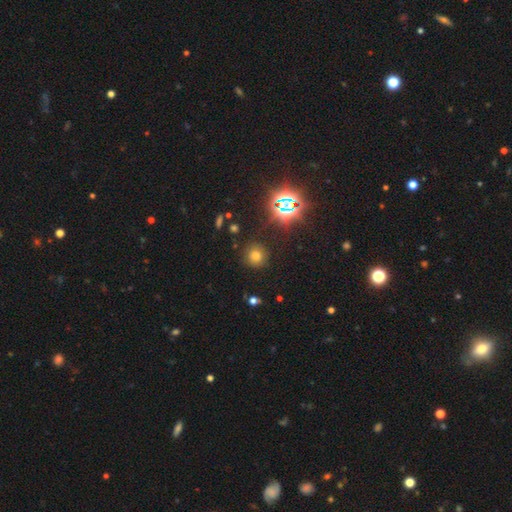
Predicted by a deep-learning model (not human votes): A smooth galaxy with no disk features (67%) that is round (91%).

Vote fractions:
- Smooth or featured? smooth: 67% / star or artifact: 24% / featured or disk: 9%
- How rounded? round: 91% / in between: 8% / cigar-shaped: 1%
- Merging? none: 87% / minor disturbance: 8% / major disturbance: 3% / merger: 2%